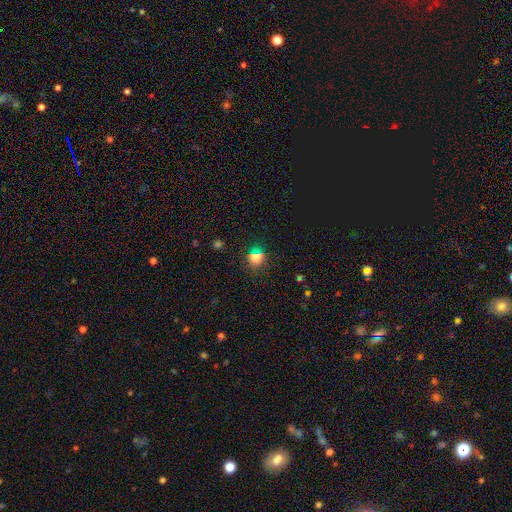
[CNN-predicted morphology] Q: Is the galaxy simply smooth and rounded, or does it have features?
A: smooth — 70%.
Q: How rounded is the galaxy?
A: round — 81%.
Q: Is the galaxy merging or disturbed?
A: none — 84%.